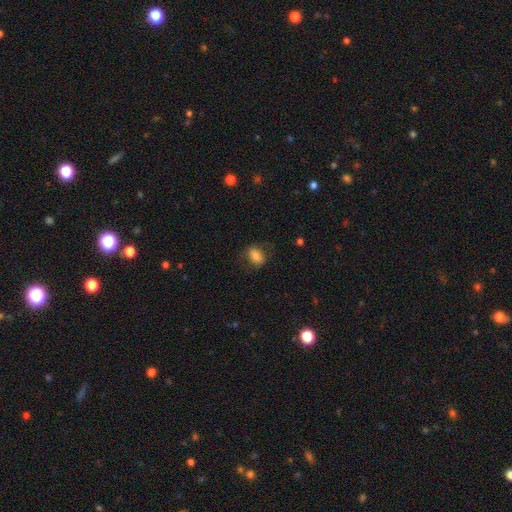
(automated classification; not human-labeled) The model was most divided on "merging": none: 76%, minor disturbance: 16%, major disturbance: 7%, merger: 1%. More confident: how rounded — in between (79%); smooth or featured — smooth (78%).